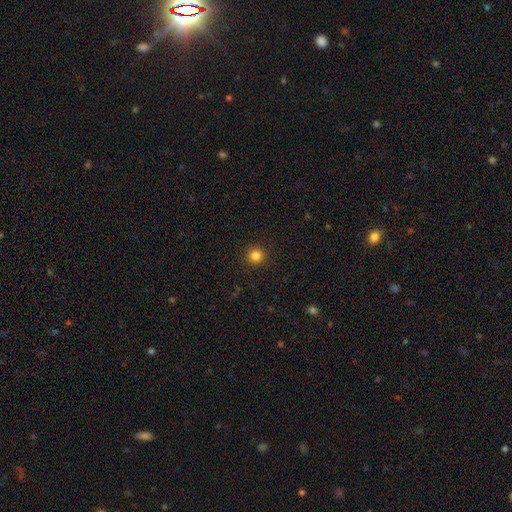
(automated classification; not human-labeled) Smooth or featured: smooth — 82% (star or artifact — 14%)
How rounded: round — 95% (in between — 4%)
Merging: none — 93% (minor disturbance — 4%)